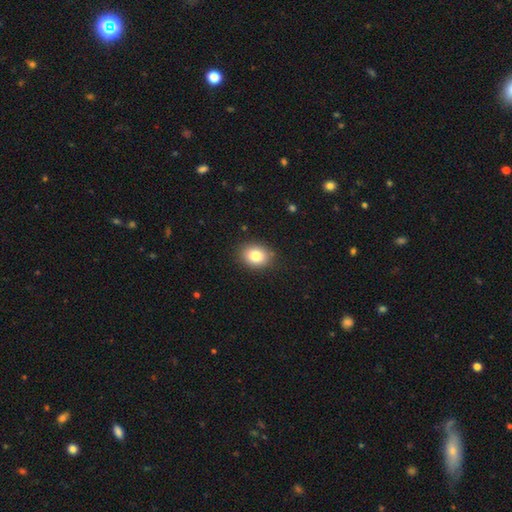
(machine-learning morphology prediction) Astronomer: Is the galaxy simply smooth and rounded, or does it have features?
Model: smooth — 83%.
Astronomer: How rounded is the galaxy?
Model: in between — 53% (runner-up: round, 46%).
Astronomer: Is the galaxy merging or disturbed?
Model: none — 86%.